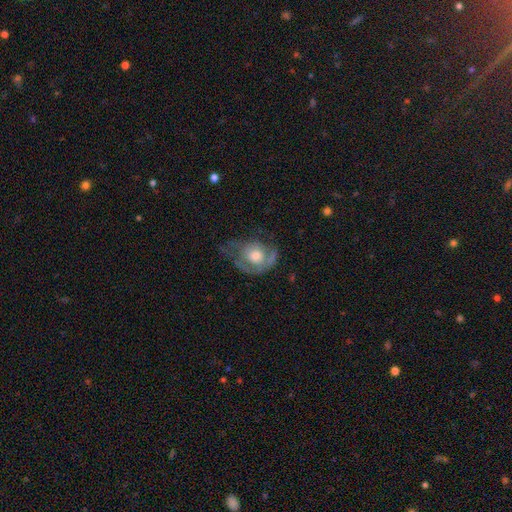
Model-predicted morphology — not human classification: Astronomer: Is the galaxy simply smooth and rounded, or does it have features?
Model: featured or disk — 56% (runner-up: smooth, 36%).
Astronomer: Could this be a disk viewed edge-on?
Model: no — 96%.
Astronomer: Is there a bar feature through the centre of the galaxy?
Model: no — 84%.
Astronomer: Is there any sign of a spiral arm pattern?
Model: yes — 59% (runner-up: no, 41%).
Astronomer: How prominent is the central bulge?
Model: moderate — 59%.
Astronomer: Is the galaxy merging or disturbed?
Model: none — 36% (runner-up: major disturbance, 35%).